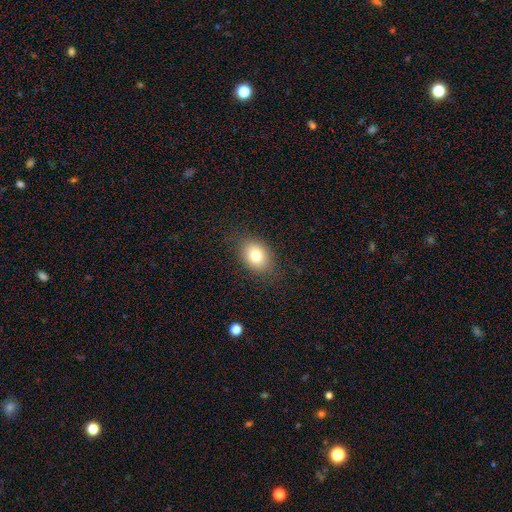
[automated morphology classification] Smooth or featured? smooth (79%)
How rounded? in between (68%)
Merging? none (83%)